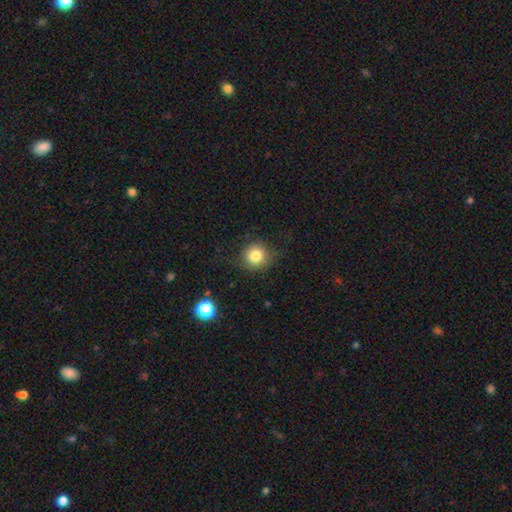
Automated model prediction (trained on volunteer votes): Smooth or featured?
  - smooth: 81% *
  - star or artifact: 11%
  - featured or disk: 8%
How rounded?
  - round: 91% *
  - in between: 8%
  - cigar-shaped: 1%
Merging?
  - none: 80% *
  - minor disturbance: 13%
  - major disturbance: 5%
  - merger: 1%